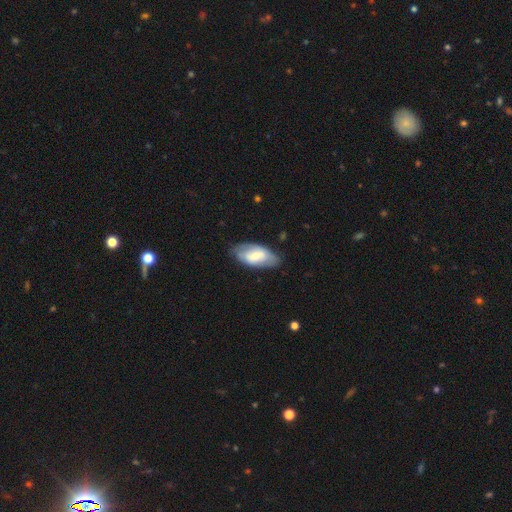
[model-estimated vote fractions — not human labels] Smooth or featured: smooth — 52% (featured or disk — 42%)
How rounded: in between — 92% (cigar-shaped — 5%)
Merging: none — 74% (minor disturbance — 19%)